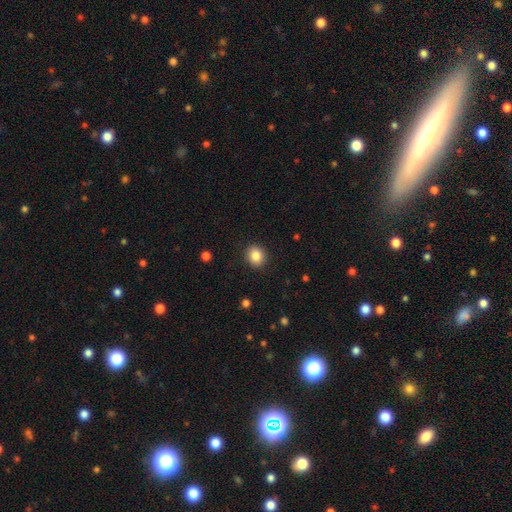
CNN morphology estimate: Q: Smooth or featured?
A: smooth (86%); runner-up: star or artifact (9%)
Q: How rounded?
A: round (76%); runner-up: in between (23%)
Q: Merging?
A: none (91%); runner-up: minor disturbance (6%)